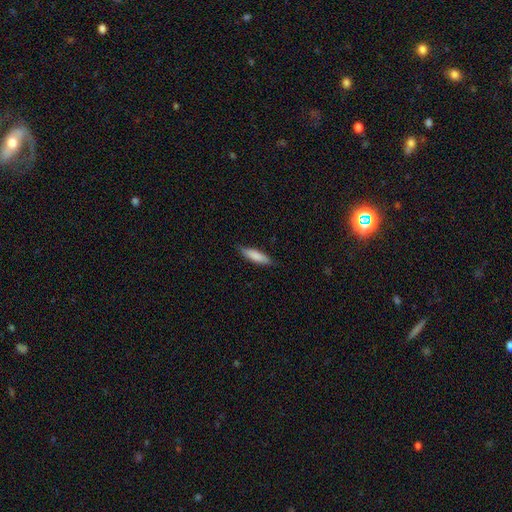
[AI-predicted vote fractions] Smooth or featured? Predicted: smooth (p=0.84). How rounded? Predicted: cigar-shaped (p=0.67). Merging? Predicted: none (p=0.84).